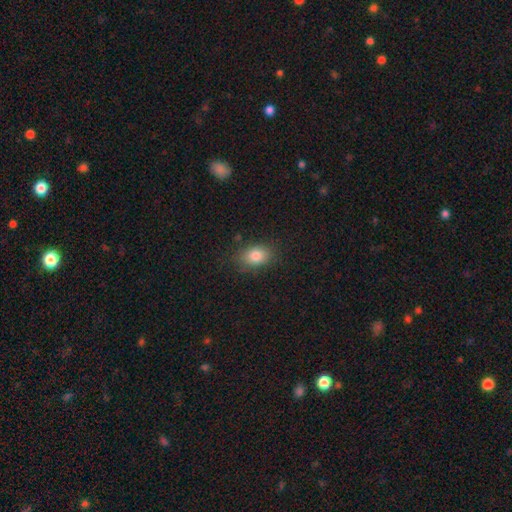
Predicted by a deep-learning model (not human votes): smooth-or-featured: smooth: 82% | star or artifact: 10% | featured or disk: 8%
  how-rounded: in between: 76% | round: 22% | cigar-shaped: 1%
  merging: none: 81% | minor disturbance: 14% | major disturbance: 4% | merger: 2%